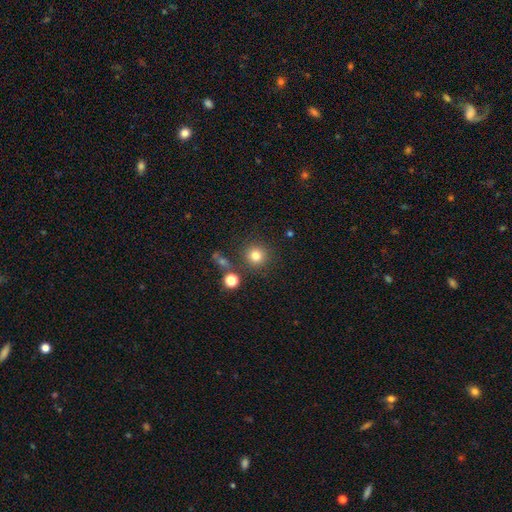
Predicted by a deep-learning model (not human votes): This is likely a smooth galaxy (79%). How rounded: clearly round (94%). Merging: clearly none (84%).